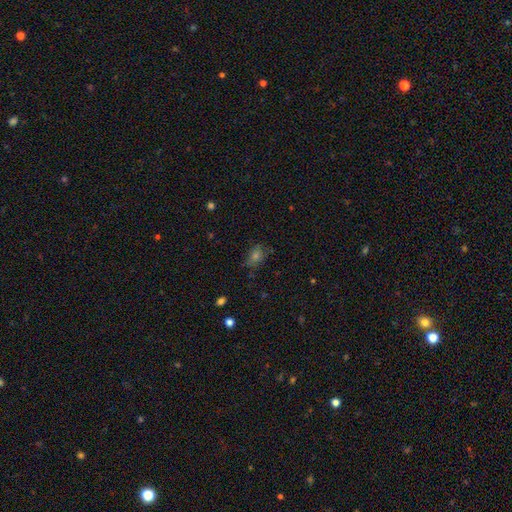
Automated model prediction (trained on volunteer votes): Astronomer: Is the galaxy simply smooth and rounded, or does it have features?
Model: smooth — 50% (runner-up: star or artifact, 30%).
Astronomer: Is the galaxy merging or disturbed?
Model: none — 67%.